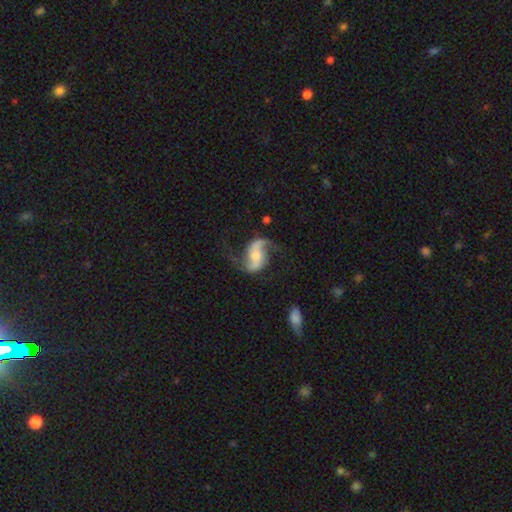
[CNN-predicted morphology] Overall: featured or disk (87%). Edge-on disk: no (97%). Bar: weak (38%; no 34%). Spiral arms: yes (96%). Spiral arm count: 2 (92%). Spiral winding: loose (70%). Bulge size: moderate (49%; small 39%). Merging: none (70%).